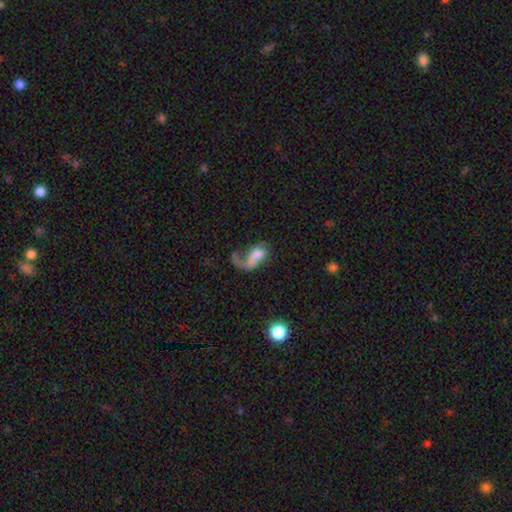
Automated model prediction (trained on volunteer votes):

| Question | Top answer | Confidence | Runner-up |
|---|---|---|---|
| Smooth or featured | smooth | 49% | featured or disk (40%) |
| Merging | major disturbance | 54% | none (21%) |